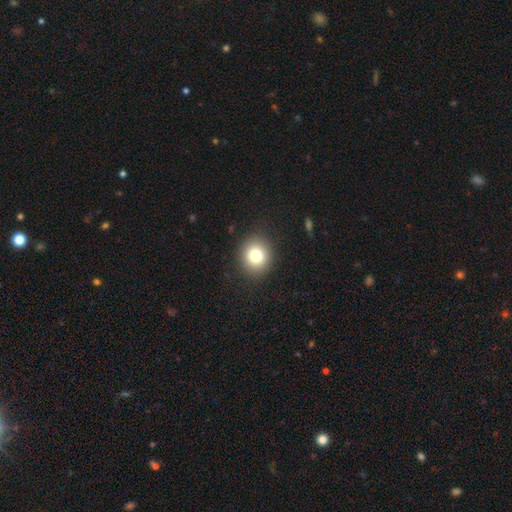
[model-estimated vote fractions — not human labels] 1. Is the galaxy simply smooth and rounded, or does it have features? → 79% smooth, 11% star or artifact, 10% featured or disk.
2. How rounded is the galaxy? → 83% round, 16% in between, 1% cigar-shaped.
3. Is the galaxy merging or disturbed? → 89% none, 7% minor disturbance, 3% major disturbance, 1% merger.